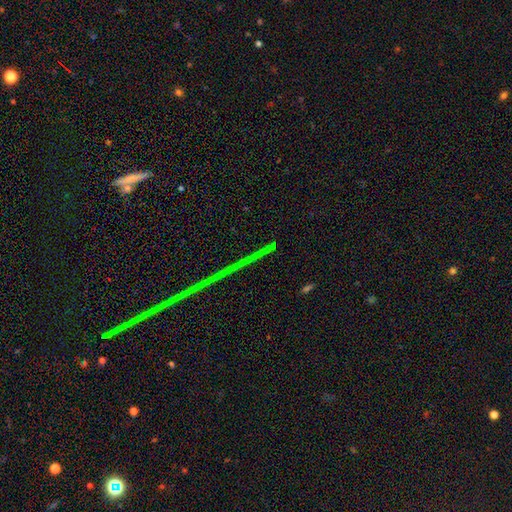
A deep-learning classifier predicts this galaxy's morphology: A star or artifact, not a galaxy (85%).

Vote fractions:
- Smooth or featured? star or artifact: 85% / featured or disk: 8% / smooth: 7%